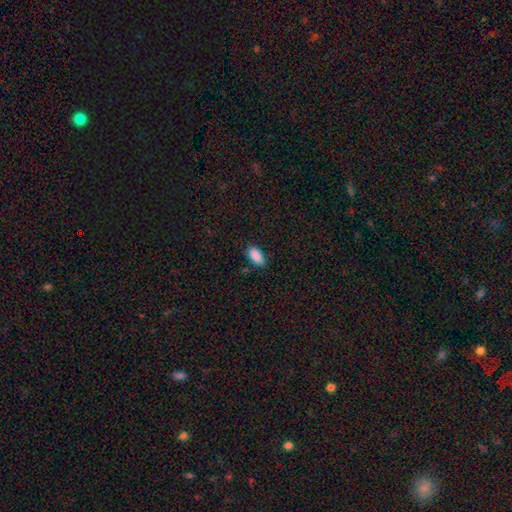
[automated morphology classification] Overall: smooth (89%). How rounded: in between (93%). Merging: none (82%).